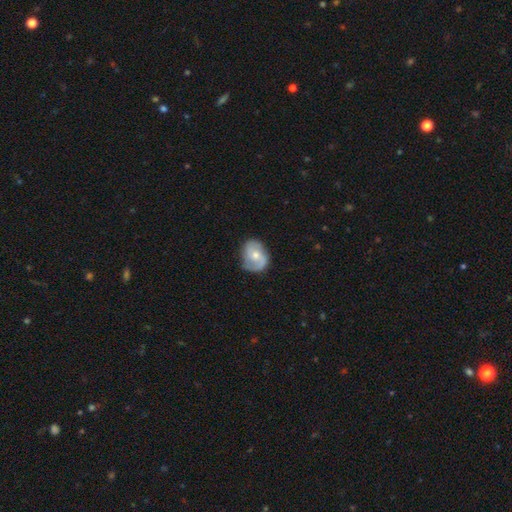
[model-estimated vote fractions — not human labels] Smooth or featured?
  - featured or disk: 59% *
  - smooth: 35%
  - star or artifact: 6%
Edge-on disk?
  - no: 97% *
  - yes: 3%
Bar?
  - no: 65% *
  - weak: 29%
  - strong: 6%
Spiral arms?
  - yes: 82% *
  - no: 18%
Bulge size?
  - moderate: 59% *
  - small: 36%
  - large: 3%
  - none: 2%
  - dominant: 1%
Merging?
  - none: 63% *
  - minor disturbance: 26%
  - major disturbance: 9%
  - merger: 2%